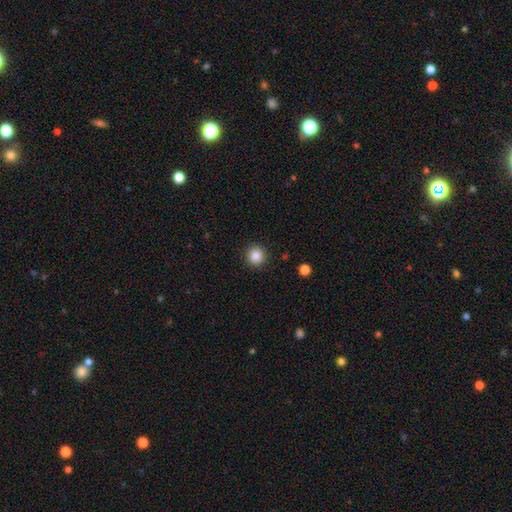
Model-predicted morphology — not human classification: Overall: smooth (86%). How rounded: round (93%). Merging: none (91%).